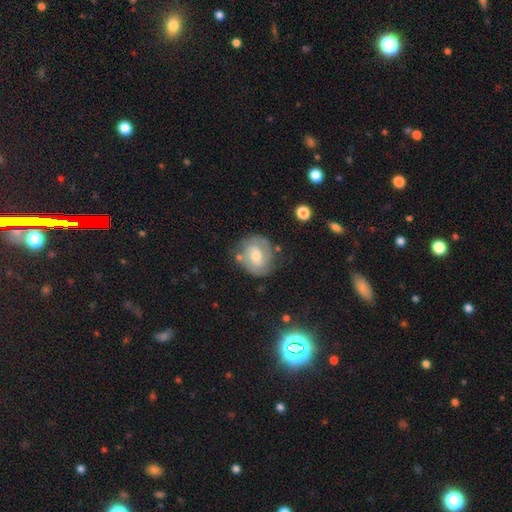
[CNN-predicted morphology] A featured or disk galaxy (73%) with a weak bar (49%), 2 (74%) tight (51%) spiral arms (91%) and a moderate central bulge (54%).

Vote fractions:
- Smooth or featured? featured or disk: 73% / smooth: 21% / star or artifact: 6%
- Edge-on disk? no: 98% / yes: 2%
- Bar? weak: 49% / no: 39% / strong: 12%
- Spiral arms? yes: 91% / no: 9%
- Spiral winding? tight: 51% / medium: 38% / loose: 10%
- Spiral arm count? 2: 74% / can't tell: 14% / 3: 5% / 1: 4% / 4: 2% / more than 4: 1%
- Bulge size? moderate: 54% / small: 35% / large: 7% / none: 3% / dominant: 1%
- Merging? none: 71% / minor disturbance: 18% / major disturbance: 7% / merger: 4%